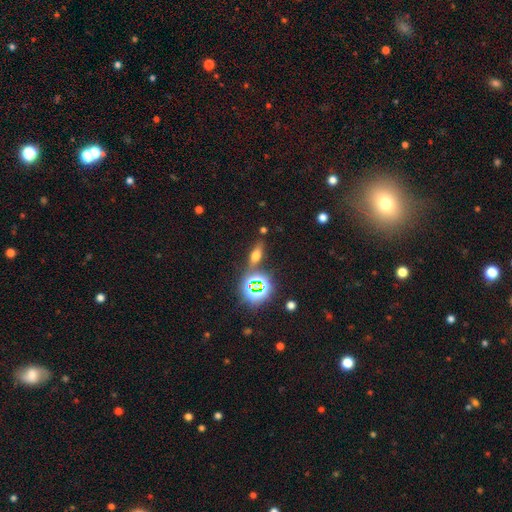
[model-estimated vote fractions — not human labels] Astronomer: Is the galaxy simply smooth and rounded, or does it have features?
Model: smooth — 48% (runner-up: star or artifact, 31%).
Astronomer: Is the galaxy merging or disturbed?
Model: none — 78%.